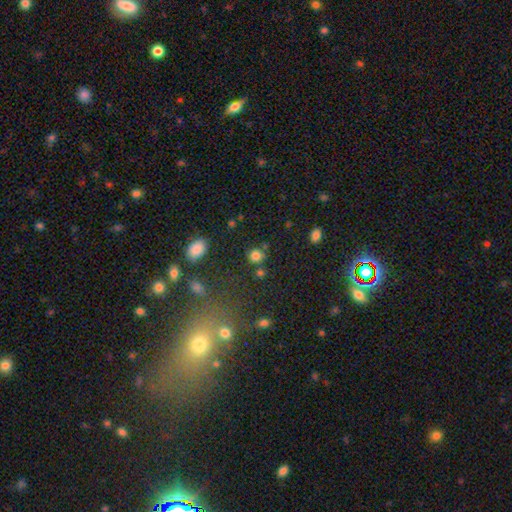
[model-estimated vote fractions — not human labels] smooth_or_featured: smooth (p=0.80) [alt: star or artifact p=0.14]
how_rounded: round (p=0.84) [alt: in between p=0.15]
merging: none (p=0.74) [alt: merger p=0.11]